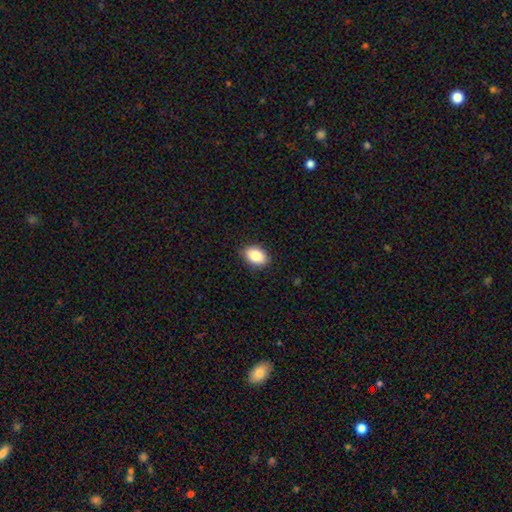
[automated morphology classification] The model was most divided on "how rounded": in between: 86%, round: 12%, cigar-shaped: 1%. More confident: merging — none (87%); smooth or featured — smooth (86%).